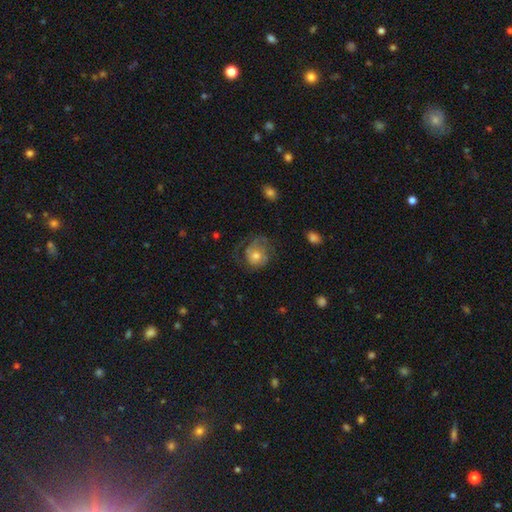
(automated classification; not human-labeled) featured or disk 56%, smooth 35%, star or artifact 8%. Down the decision tree: edge-on disk — no (97%); bar — no (81%); spiral arms — yes (78%); bulge size — moderate (61%); merging — none (50%).